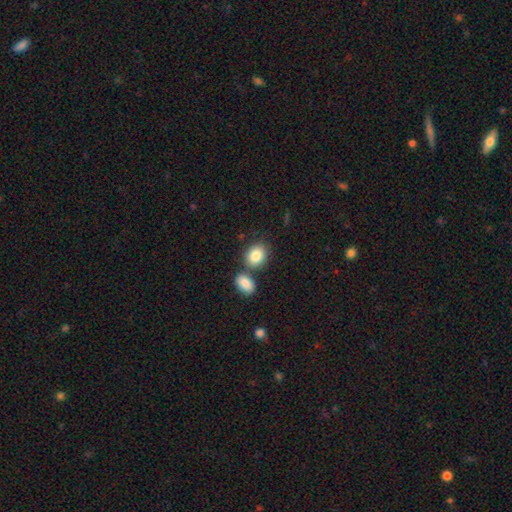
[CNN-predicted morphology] This is clearly a smooth galaxy (86%). How rounded: possibly in between (60%). Merging: likely none (60%).